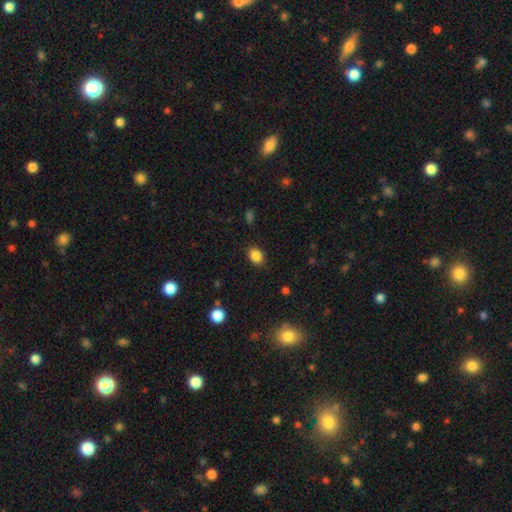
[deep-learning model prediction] This appears to be a smooth galaxy with no disk features (86%) that is in between round and cigar-shaped (64%). Merging: none (87%).